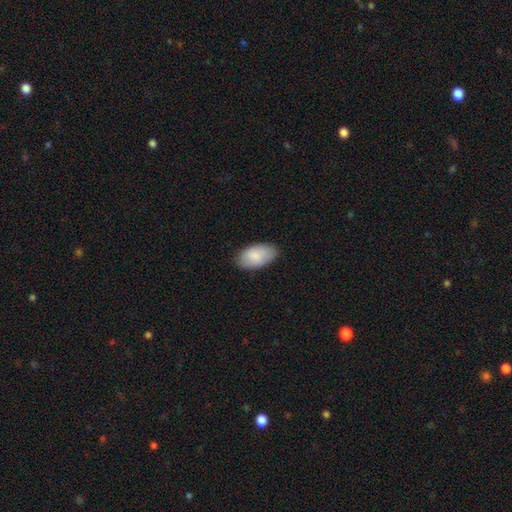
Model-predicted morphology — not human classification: Smooth or featured? Predicted: smooth (p=0.87). How rounded? Predicted: in between (p=0.96). Merging? Predicted: none (p=0.82).